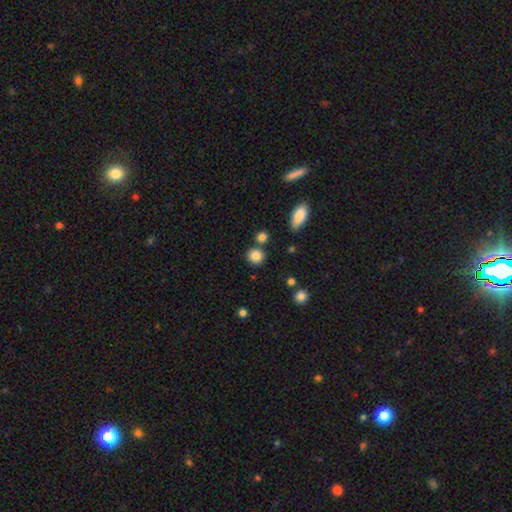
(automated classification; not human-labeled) Smooth or featured? Predicted: smooth (p=0.85). How rounded? Predicted: round (p=0.86). Merging? Predicted: none (p=0.79).